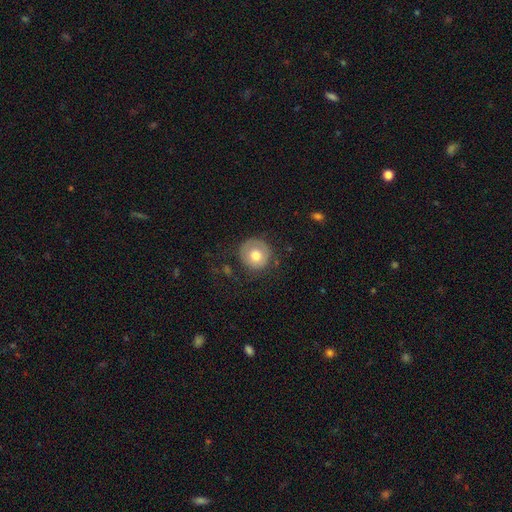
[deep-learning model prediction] smooth 71%, featured or disk 21%, star or artifact 8%. Down the decision tree: how rounded — round (94%); merging — none (75%).